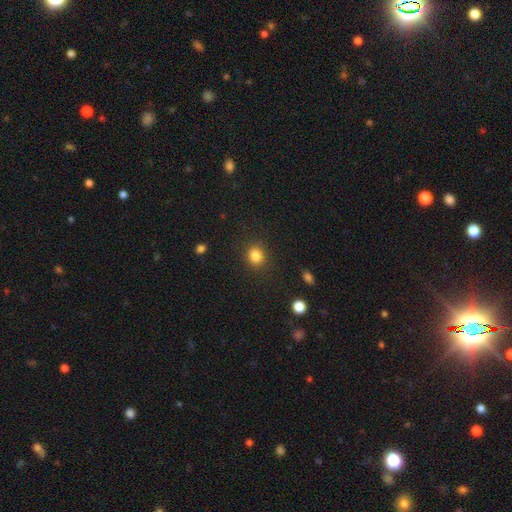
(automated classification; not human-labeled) smooth_or_featured: smooth (p=0.84) [alt: star or artifact p=0.11]
how_rounded: round (p=0.76) [alt: in between p=0.23]
merging: none (p=0.87) [alt: minor disturbance p=0.09]